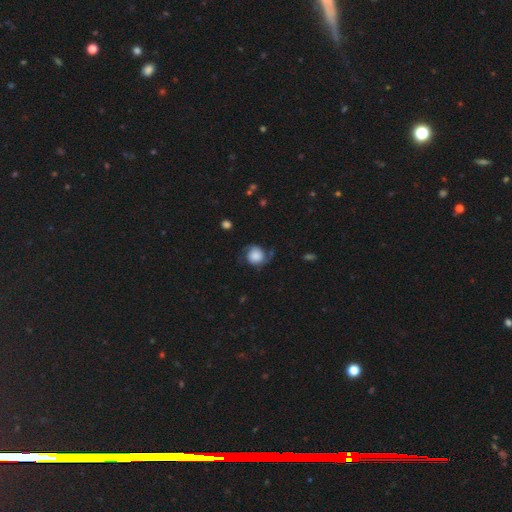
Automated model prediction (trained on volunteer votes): This is possibly a smooth galaxy (47%). Merging: likely none (63%).